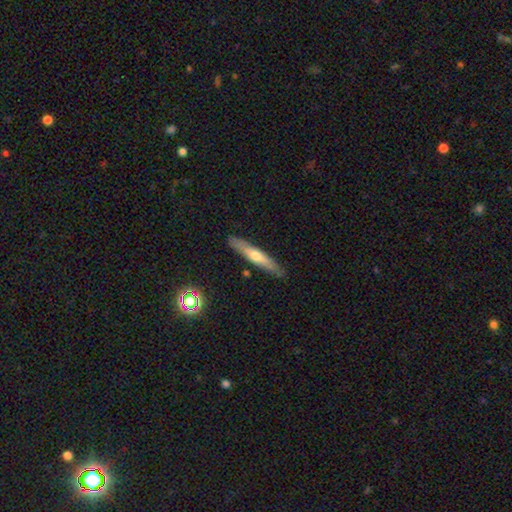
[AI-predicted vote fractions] A featured or disk galaxy (50%) viewed edge-on (85%). Merging: none (87%).